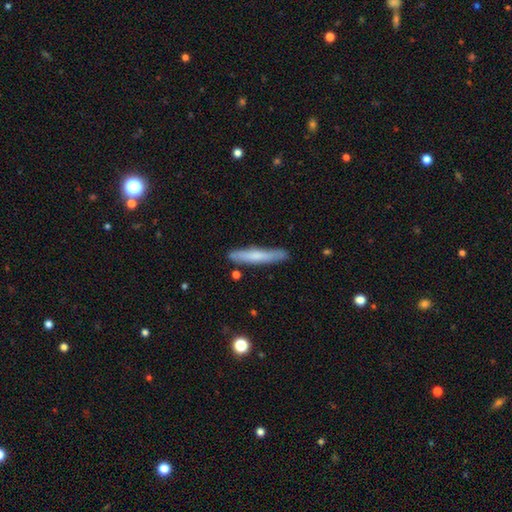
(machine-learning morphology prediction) A smooth galaxy with no disk features (64%) that is cigar-shaped (94%). Merging: none (84%).